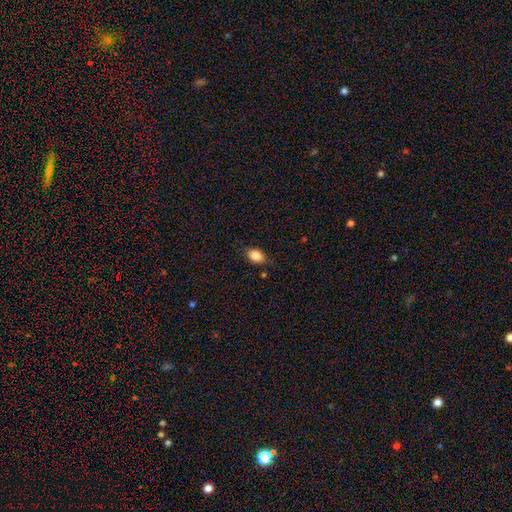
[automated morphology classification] smooth 85%, star or artifact 9%, featured or disk 6%. Down the decision tree: how rounded — in between (81%); merging — none (81%).